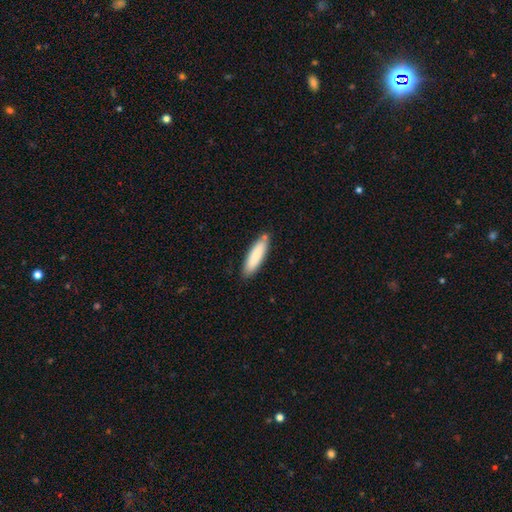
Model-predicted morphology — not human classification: Smooth or featured? Predicted: smooth (p=0.85). How rounded? Predicted: cigar-shaped (p=0.65). Merging? Predicted: none (p=0.79).